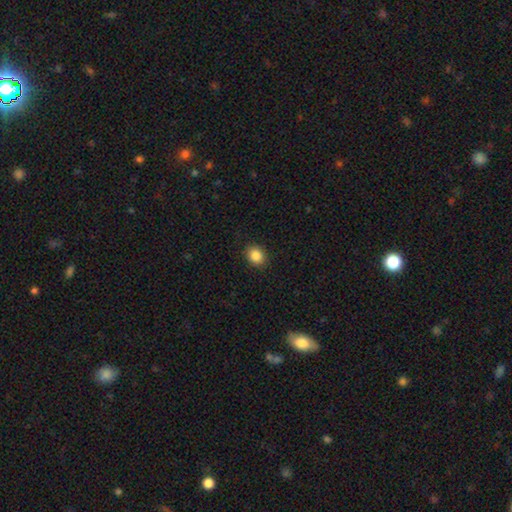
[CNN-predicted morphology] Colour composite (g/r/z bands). It shows a smooth galaxy with no disk features (86%) that is round (58%). Merging: none (89%).